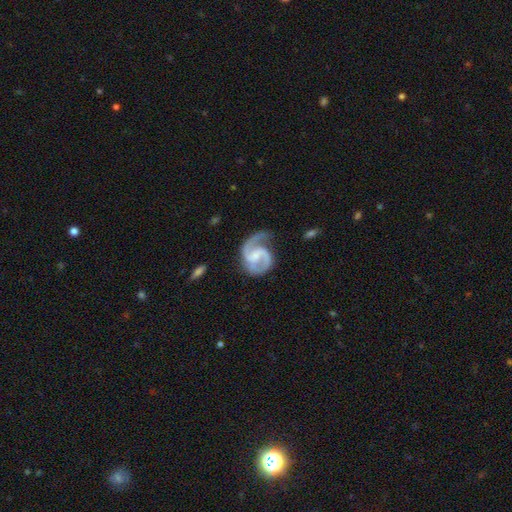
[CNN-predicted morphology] The model was most divided on "bar": weak: 47%, no: 42%, strong: 12%. More confident: edge-on disk — no (98%); spiral arms — yes (98%); smooth or featured — featured or disk (92%); spiral arm count — 2 (90%); merging — none (63%); spiral winding — medium (61%); bulge size — small (50%).